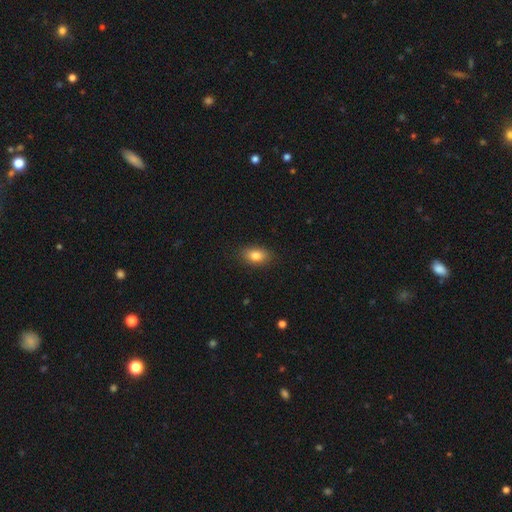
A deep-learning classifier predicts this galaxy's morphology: type=smooth (83%); roundness=in between (86%); merging=none (87%).